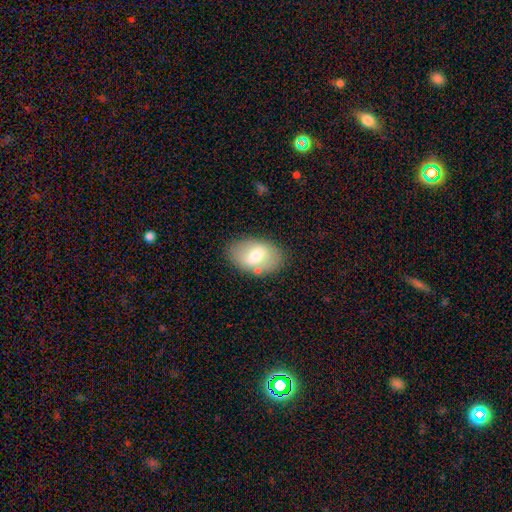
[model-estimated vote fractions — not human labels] Smooth or featured: smooth — 60% (featured or disk — 32%)
How rounded: in between — 89% (round — 9%)
Merging: none — 79% (minor disturbance — 13%)